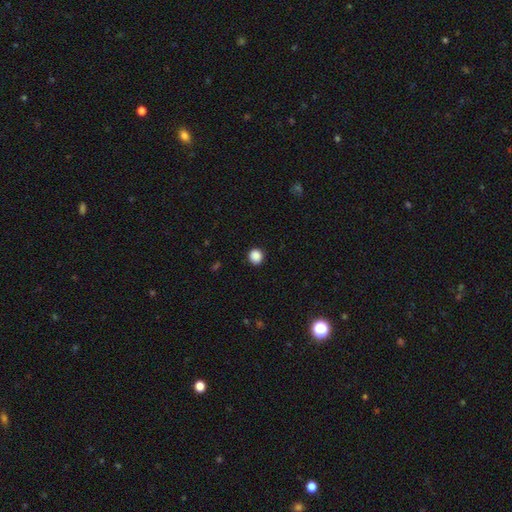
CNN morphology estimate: Smooth or featured: smooth — 88% (star or artifact — 10%)
How rounded: round — 90% (in between — 9%)
Merging: none — 92% (minor disturbance — 6%)